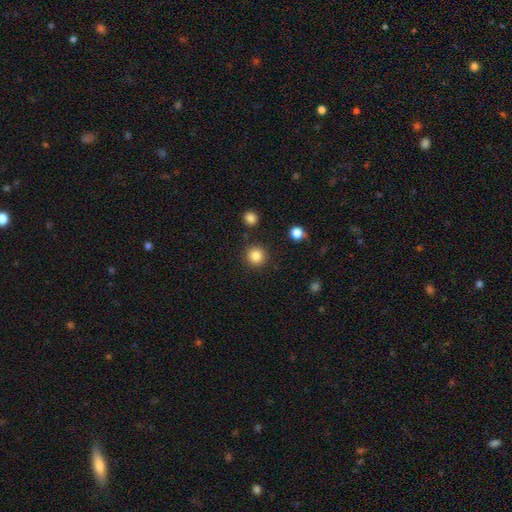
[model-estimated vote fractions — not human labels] The model was most divided on "smooth or featured": smooth: 86%, star or artifact: 11%, featured or disk: 4%. More confident: how rounded — round (95%); merging — none (89%).